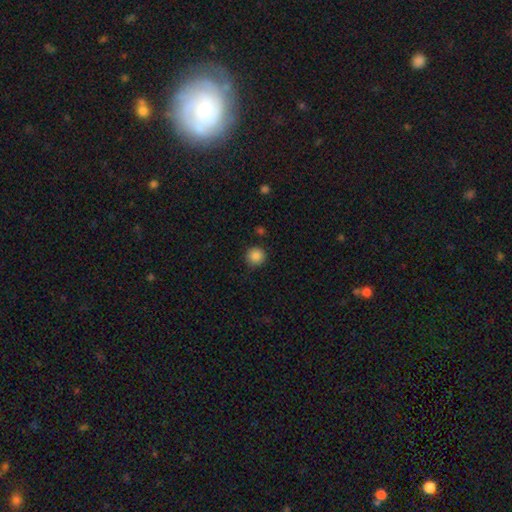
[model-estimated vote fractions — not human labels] This is clearly a smooth galaxy (87%). How rounded: clearly round (94%). Merging: clearly none (88%).